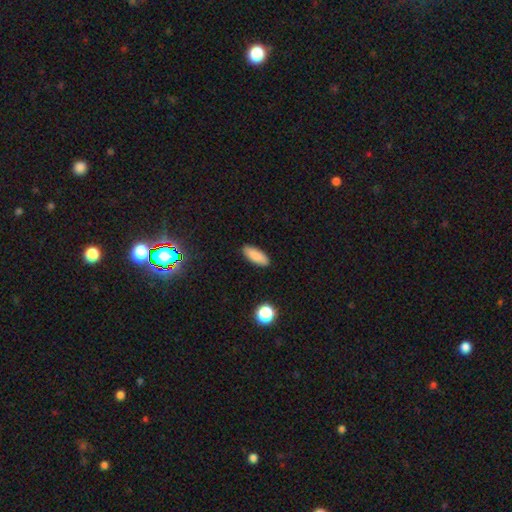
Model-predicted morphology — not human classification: smooth_or_featured: smooth (p=0.86) [alt: star or artifact p=0.08]
how_rounded: in between (p=0.74) [alt: cigar-shaped p=0.23]
merging: none (p=0.89) [alt: minor disturbance p=0.08]